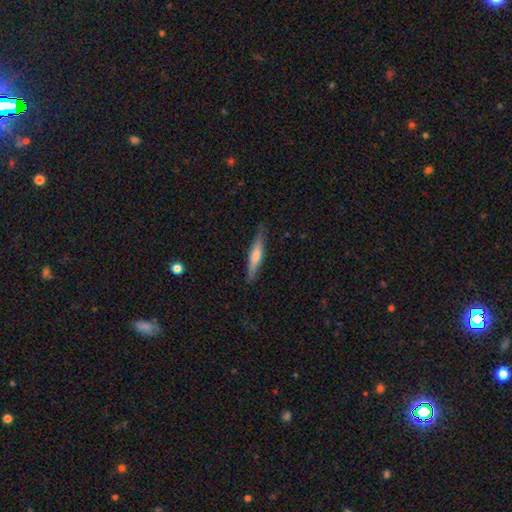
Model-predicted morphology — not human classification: Smooth or featured?
  - smooth: 48% *
  - featured or disk: 46%
  - star or artifact: 6%
Merging?
  - none: 86% *
  - minor disturbance: 11%
  - major disturbance: 2%
  - merger: 1%